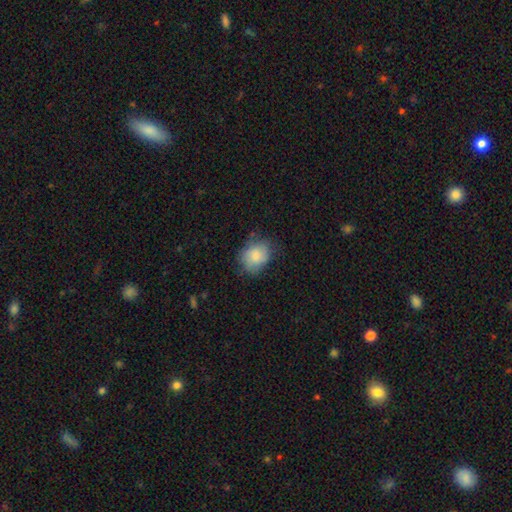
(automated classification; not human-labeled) smooth_or_featured: smooth (p=0.83) [alt: featured or disk p=0.10]
how_rounded: in between (p=0.51) [alt: round p=0.48]
merging: none (p=0.64) [alt: minor disturbance p=0.26]